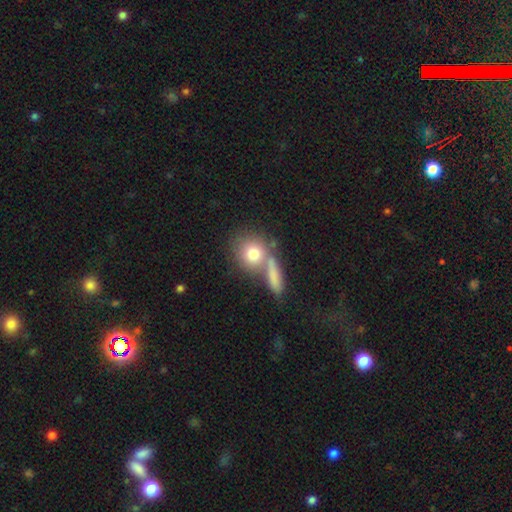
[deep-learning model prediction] This is likely a smooth galaxy (72%). How rounded: likely round (77%). Merging: possibly none (45%).